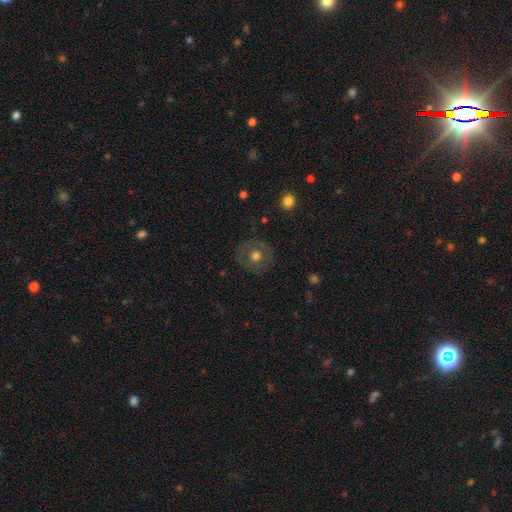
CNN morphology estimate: Smooth or featured? smooth (57%)
How rounded? round (90%)
Merging? none (84%)